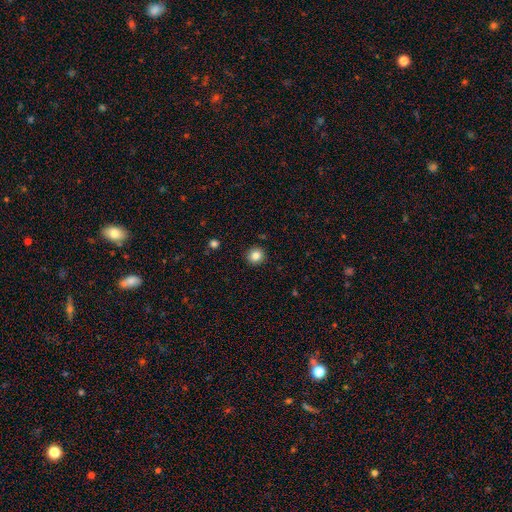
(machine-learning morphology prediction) Smooth or featured: smooth — 84% (star or artifact — 11%)
How rounded: round — 92% (in between — 7%)
Merging: none — 92% (minor disturbance — 5%)